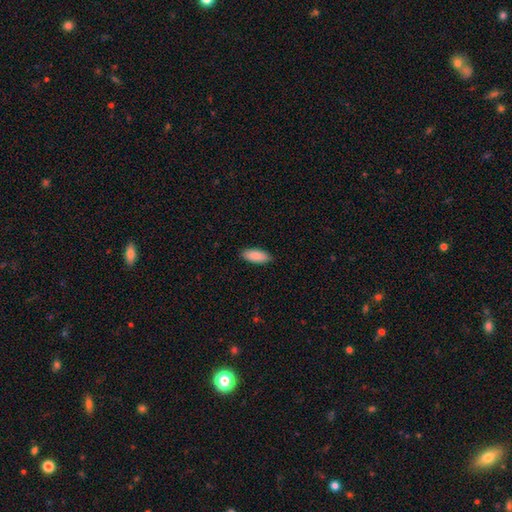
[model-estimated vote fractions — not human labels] Q: Smooth or featured?
A: smooth (90%); runner-up: star or artifact (5%)
Q: How rounded?
A: in between (82%); runner-up: cigar-shaped (16%)
Q: Merging?
A: none (89%); runner-up: minor disturbance (8%)